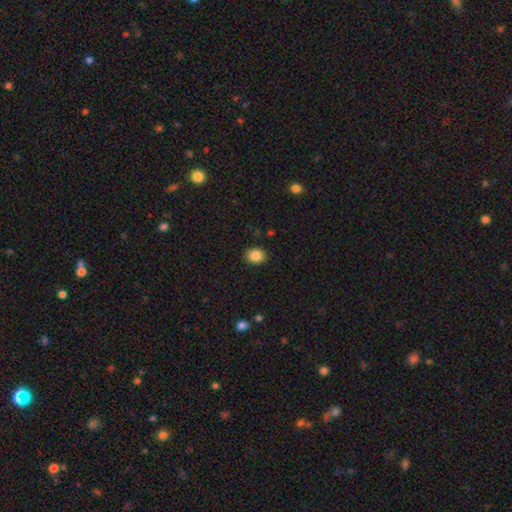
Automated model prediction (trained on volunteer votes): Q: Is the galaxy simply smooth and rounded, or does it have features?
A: smooth — 86%.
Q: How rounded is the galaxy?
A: round — 55%.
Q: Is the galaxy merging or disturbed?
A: none — 89%.